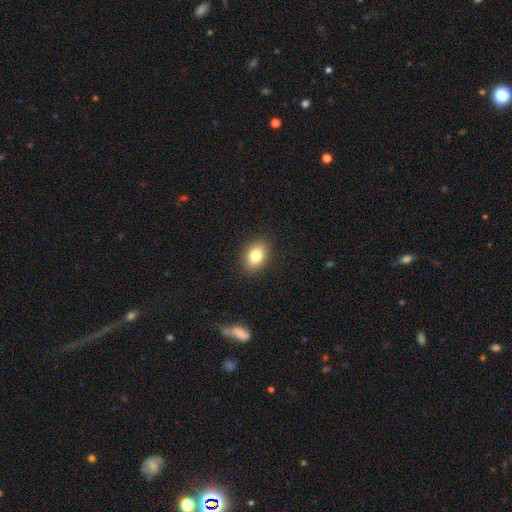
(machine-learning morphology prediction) A smooth galaxy with no disk features (81%) that is in between round and cigar-shaped (76%).

Vote fractions:
- Smooth or featured? smooth: 81% / featured or disk: 10% / star or artifact: 9%
- How rounded? in between: 76% / round: 23% / cigar-shaped: 1%
- Merging? none: 89% / minor disturbance: 8% / major disturbance: 2% / merger: 1%